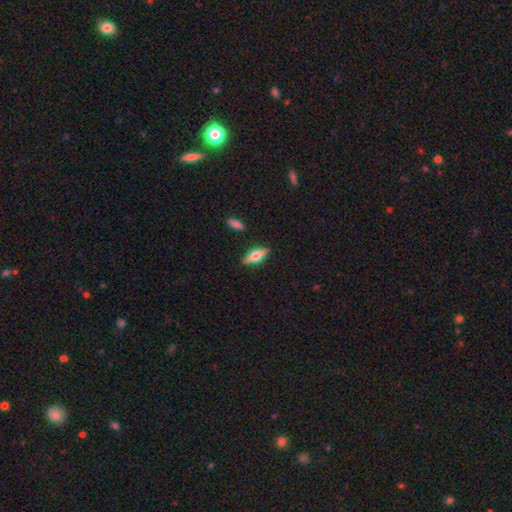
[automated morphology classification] Q: Smooth or featured?
A: featured or disk (50%); runner-up: smooth (44%)
Q: Merging?
A: none (86%); runner-up: minor disturbance (10%)